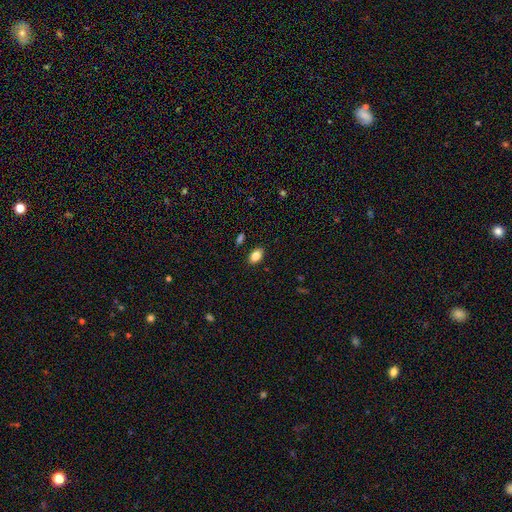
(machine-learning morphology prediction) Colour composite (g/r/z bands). It shows a smooth galaxy with no disk features (85%) that is in between round and cigar-shaped (88%). Merging: none (87%).